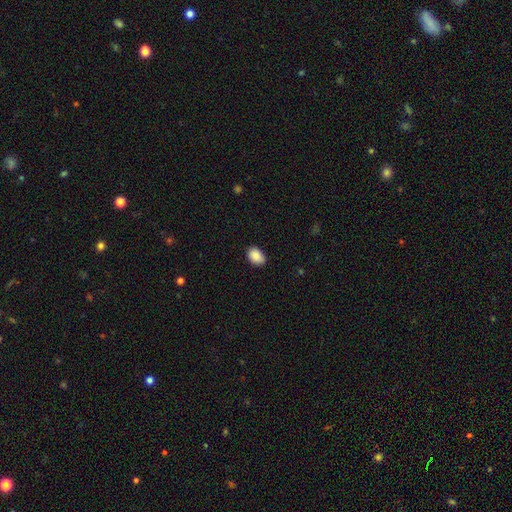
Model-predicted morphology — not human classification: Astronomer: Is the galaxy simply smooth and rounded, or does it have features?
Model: smooth — 89%.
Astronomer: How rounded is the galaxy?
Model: in between — 83%.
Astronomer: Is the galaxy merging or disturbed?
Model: none — 83%.